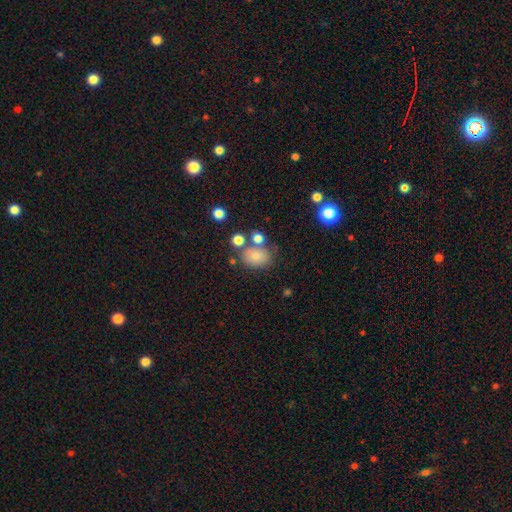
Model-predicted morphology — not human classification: A smooth galaxy with no disk features (75%) that is in between round and cigar-shaped (62%).

Vote fractions:
- Smooth or featured? smooth: 75% / star or artifact: 13% / featured or disk: 13%
- How rounded? in between: 62% / round: 37% / cigar-shaped: 1%
- Merging? none: 62% / merger: 18% / minor disturbance: 14% / major disturbance: 6%